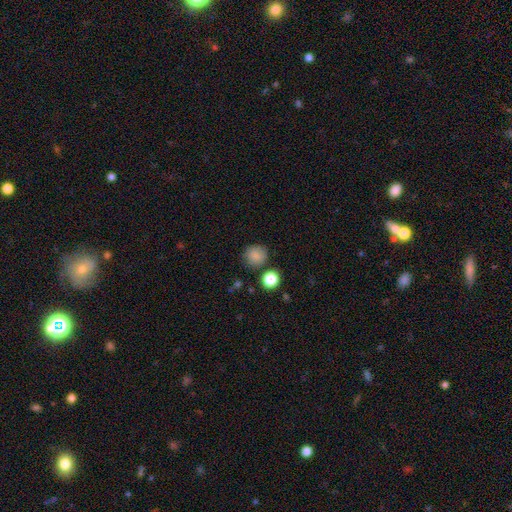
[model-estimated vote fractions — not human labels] Overall: smooth (84%). How rounded: round (89%). Merging: none (82%).